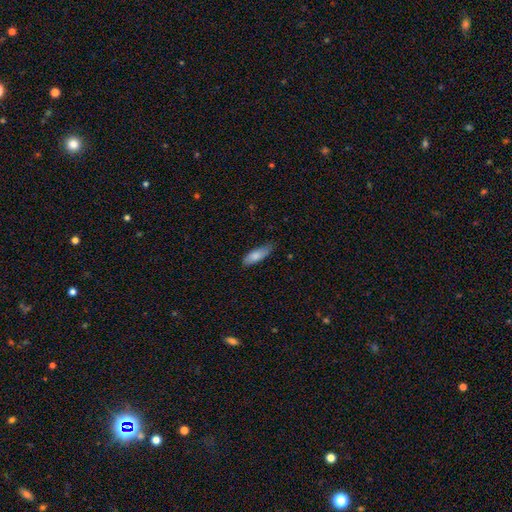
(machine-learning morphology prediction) Overall: smooth (81%). How rounded: in between (61%; cigar-shaped 37%). Merging: none (73%).